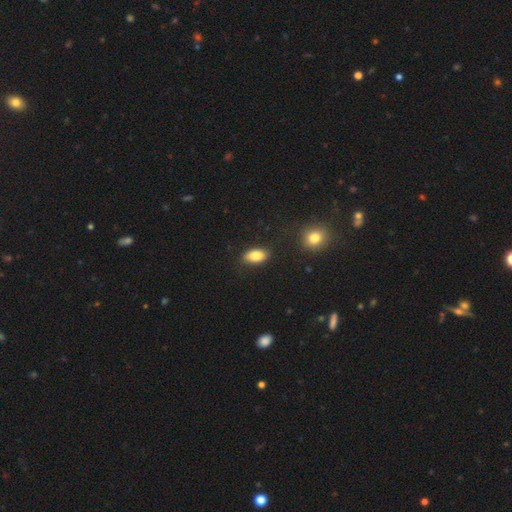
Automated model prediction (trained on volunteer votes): smooth_or_featured: smooth (p=0.85) [alt: featured or disk p=0.08]
how_rounded: in between (p=0.91) [alt: round p=0.06]
merging: none (p=0.84) [alt: minor disturbance p=0.11]